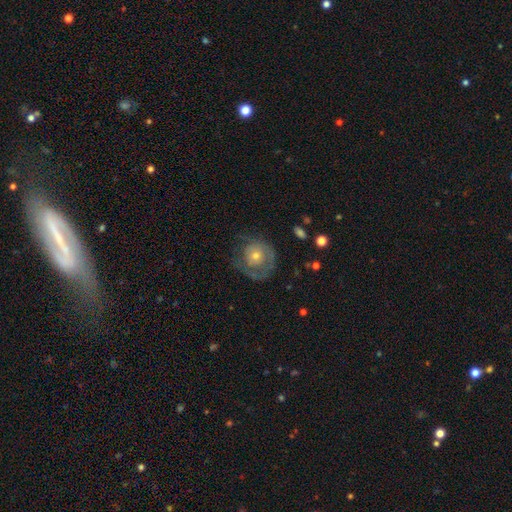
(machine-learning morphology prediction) Smooth or featured? featured or disk (51%)
Edge-on disk? no (97%)
Merging? none (50%)